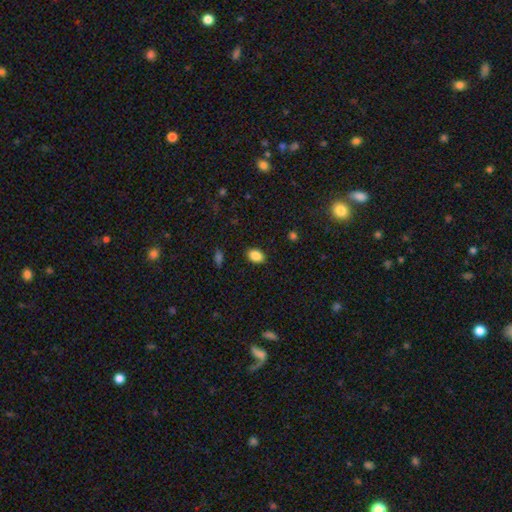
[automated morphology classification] The model was most divided on "how rounded": in between: 83%, round: 16%, cigar-shaped: 1%. More confident: smooth or featured — smooth (88%); merging — none (88%).